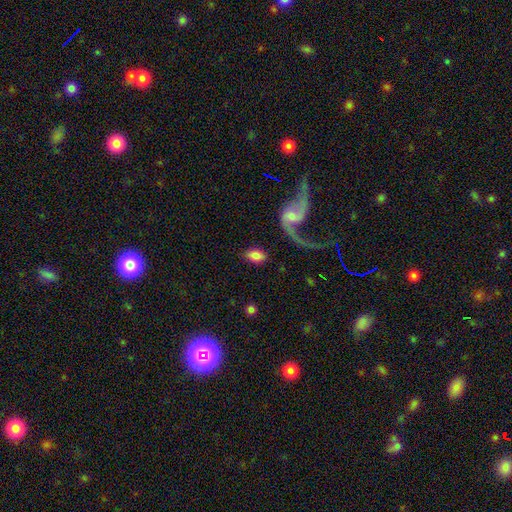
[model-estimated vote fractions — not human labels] Smooth or featured: smooth — 75% (featured or disk — 19%)
How rounded: in between — 90% (round — 8%)
Merging: none — 77% (minor disturbance — 10%)